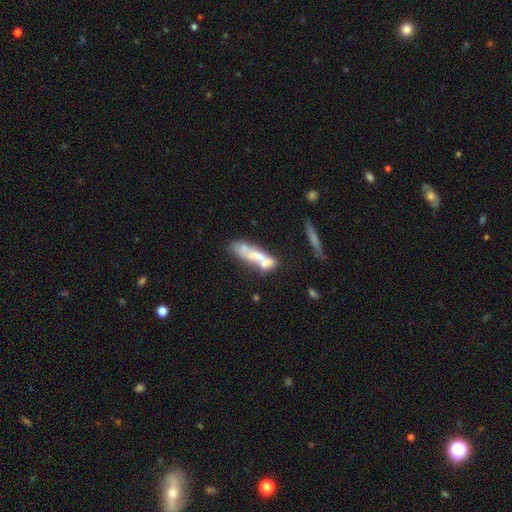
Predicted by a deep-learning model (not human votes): Smooth or featured: smooth — 47% (featured or disk — 45%)
Merging: merger — 35% (none — 34%)